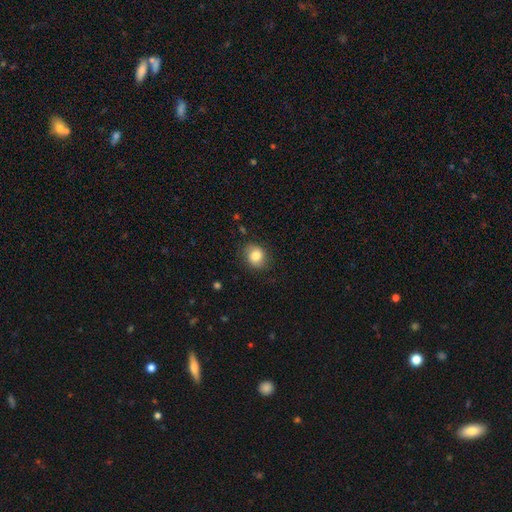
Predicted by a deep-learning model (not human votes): Smooth or featured? Predicted: smooth (p=0.80). How rounded? Predicted: round (p=0.61). Merging? Predicted: none (p=0.80).